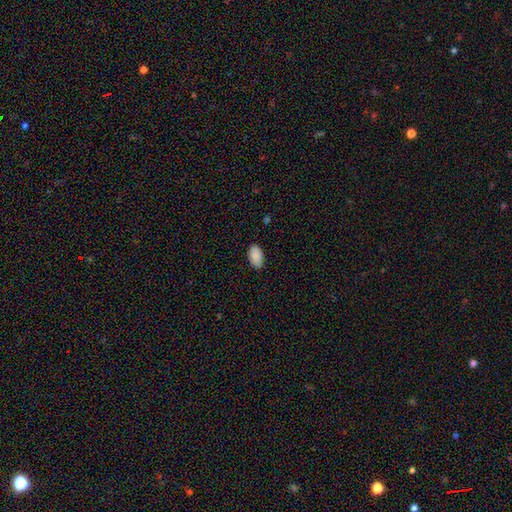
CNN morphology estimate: smooth-or-featured: smooth: 90% | star or artifact: 6% | featured or disk: 4%
  how-rounded: in between: 95% | round: 3% | cigar-shaped: 2%
  merging: none: 88% | minor disturbance: 9% | major disturbance: 2% | merger: 1%